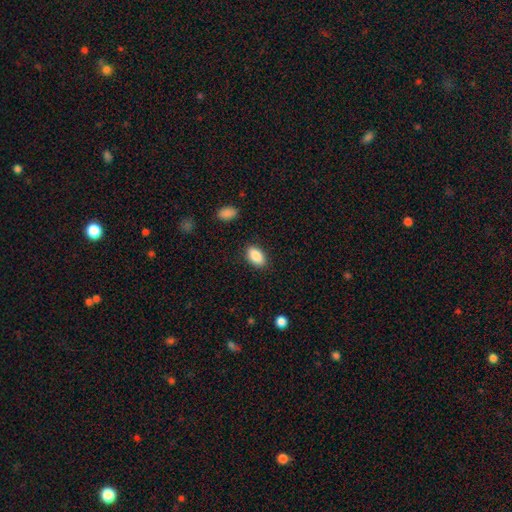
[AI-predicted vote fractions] Smooth or featured? Predicted: smooth (p=0.89). How rounded? Predicted: in between (p=0.92). Merging? Predicted: none (p=0.87).